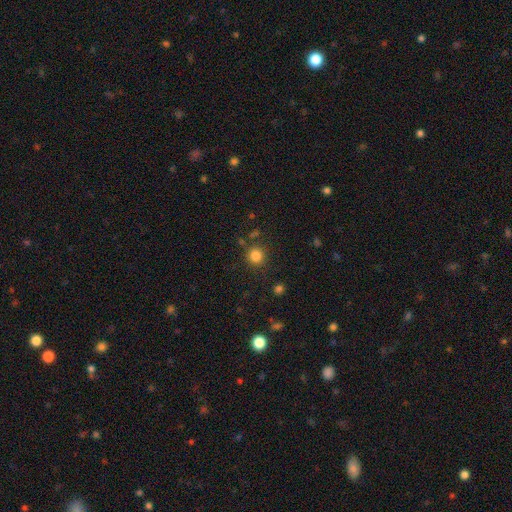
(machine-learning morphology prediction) This appears to be a smooth galaxy with no disk features (82%) that is round (93%). Merging: none (86%).